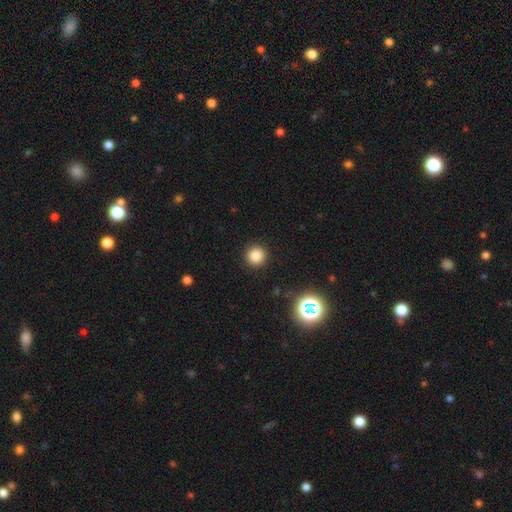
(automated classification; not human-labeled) smooth_or_featured: smooth (p=0.83) [alt: star or artifact p=0.13]
how_rounded: round (p=0.95) [alt: in between p=0.04]
merging: none (p=0.92) [alt: minor disturbance p=0.05]